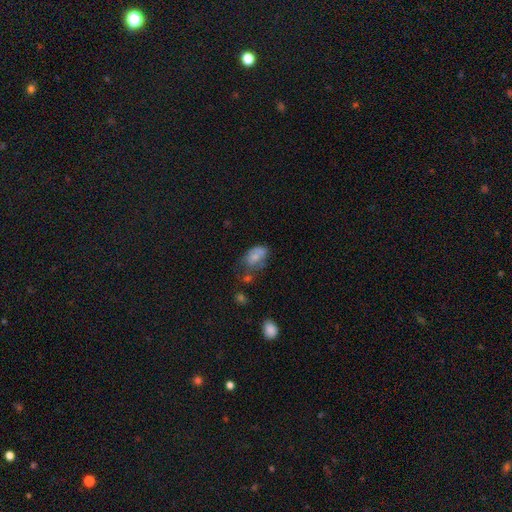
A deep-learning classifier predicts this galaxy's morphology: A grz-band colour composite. It shows a smooth galaxy with no disk features (66%) that is in between round and cigar-shaped (87%). Merging: none (34%).